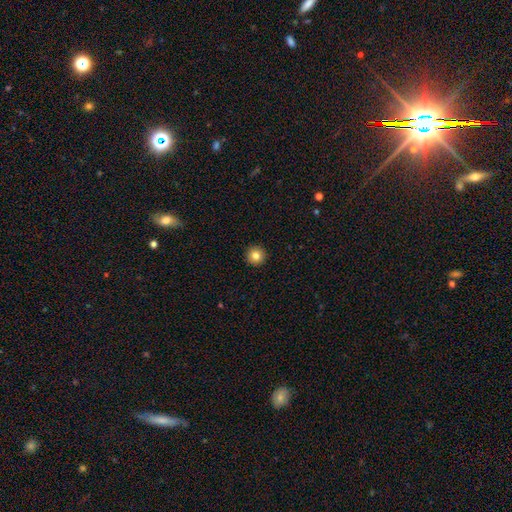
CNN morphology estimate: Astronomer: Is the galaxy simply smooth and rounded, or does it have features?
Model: smooth — 83%.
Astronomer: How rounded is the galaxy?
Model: round — 96%.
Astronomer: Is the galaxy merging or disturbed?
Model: none — 94%.